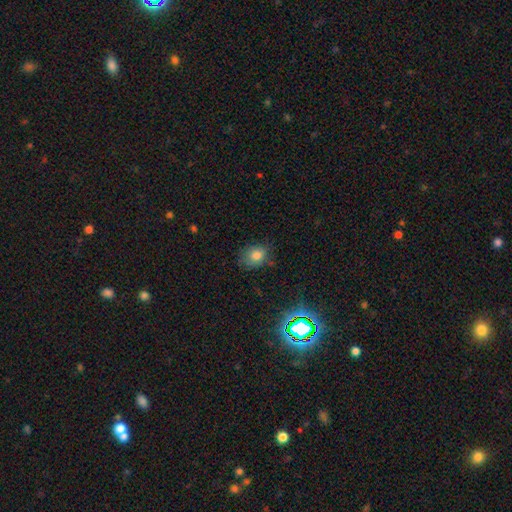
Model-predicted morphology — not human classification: Q: Smooth or featured?
A: smooth (76%); runner-up: star or artifact (16%)
Q: How rounded?
A: round (52%); runner-up: in between (47%)
Q: Merging?
A: none (75%); runner-up: minor disturbance (19%)